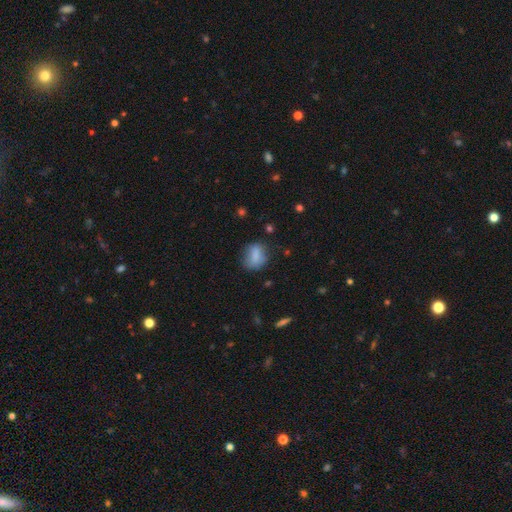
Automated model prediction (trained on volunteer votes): A smooth galaxy with no disk features (79%) that is in between round and cigar-shaped (64%). Merging: none (64%).